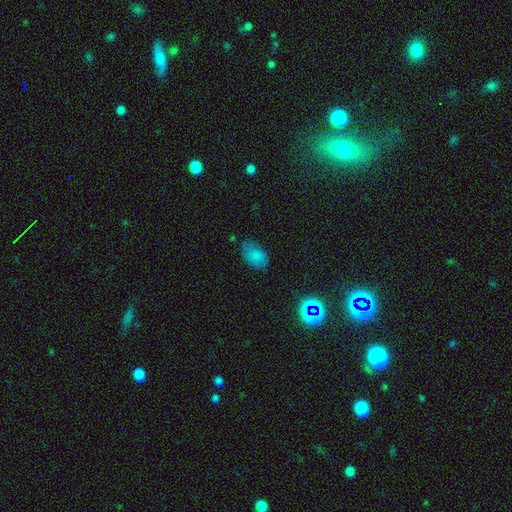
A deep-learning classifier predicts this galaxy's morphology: smooth 79%, star or artifact 13%, featured or disk 8%. Down the decision tree: how rounded — in between (91%); merging — none (63%).